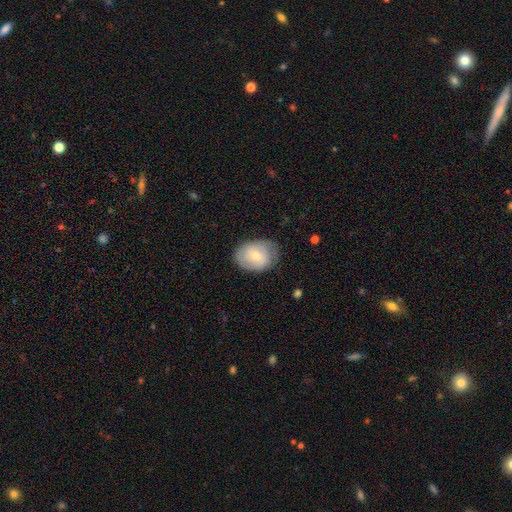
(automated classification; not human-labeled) This is likely a smooth galaxy (65%). How rounded: likely in between (64%). Merging: likely none (72%).